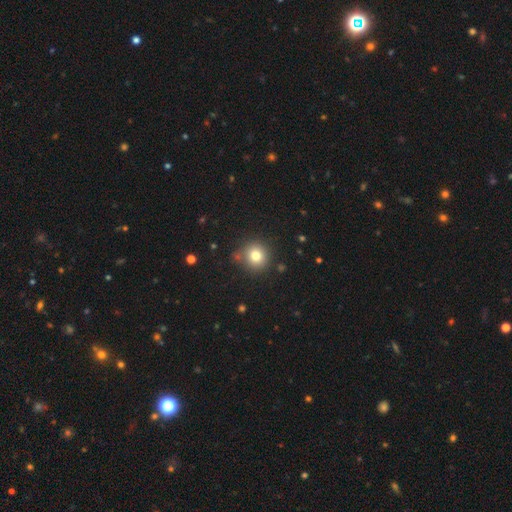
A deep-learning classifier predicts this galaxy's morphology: smooth 79%, star or artifact 13%, featured or disk 8%. Down the decision tree: how rounded — round (92%); merging — none (82%).